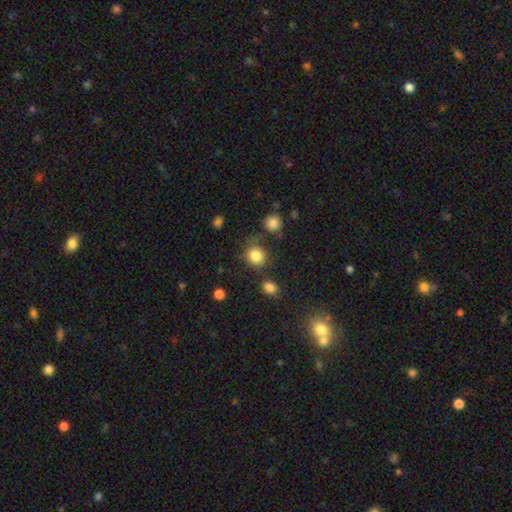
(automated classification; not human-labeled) smooth 84%, star or artifact 11%, featured or disk 5%. Down the decision tree: how rounded — round (83%); merging — none (68%).